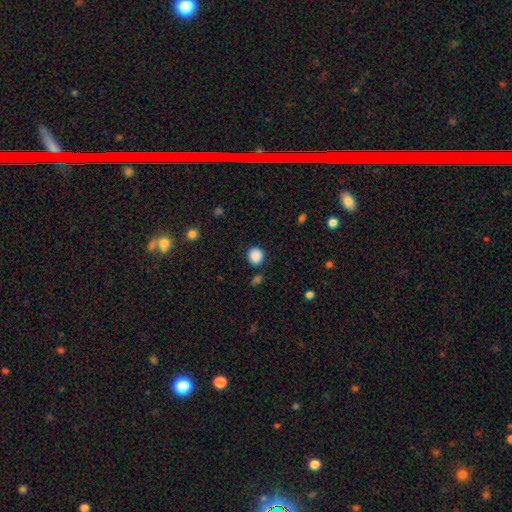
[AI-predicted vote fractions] smooth-or-featured: smooth: 88% | star or artifact: 10% | featured or disk: 3%
  how-rounded: round: 83% | in between: 16% | cigar-shaped: 1%
  merging: none: 84% | minor disturbance: 9% | merger: 3% | major disturbance: 3%